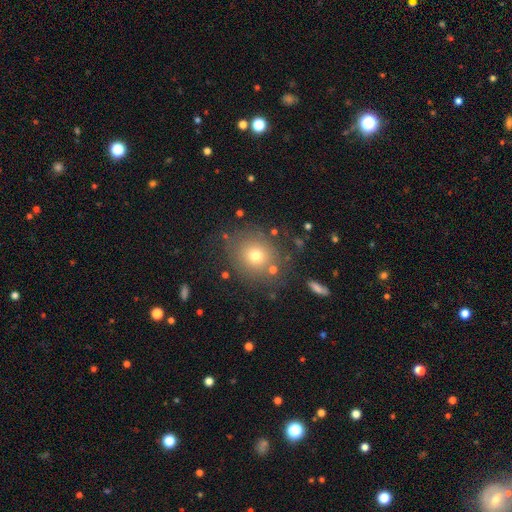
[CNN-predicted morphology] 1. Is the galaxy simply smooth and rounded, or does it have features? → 70% smooth, 15% star or artifact, 15% featured or disk.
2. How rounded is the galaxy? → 79% round, 20% in between, 1% cigar-shaped.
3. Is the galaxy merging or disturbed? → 78% none, 12% minor disturbance, 6% major disturbance, 4% merger.